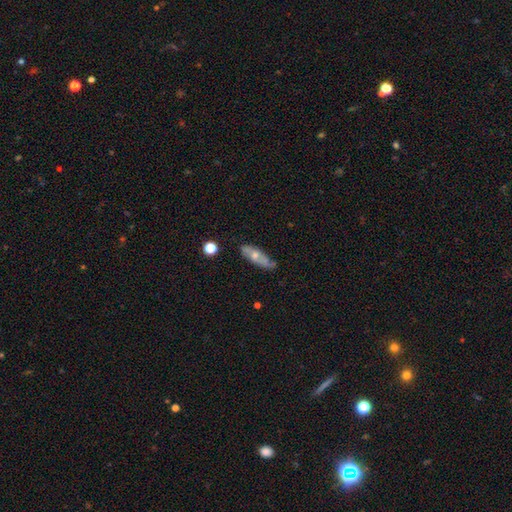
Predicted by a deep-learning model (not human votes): A smooth galaxy with no disk features (47%).

Vote fractions:
- Smooth or featured? smooth: 47% / featured or disk: 46% / star or artifact: 7%
- Merging? none: 65% / minor disturbance: 26% / major disturbance: 6% / merger: 3%